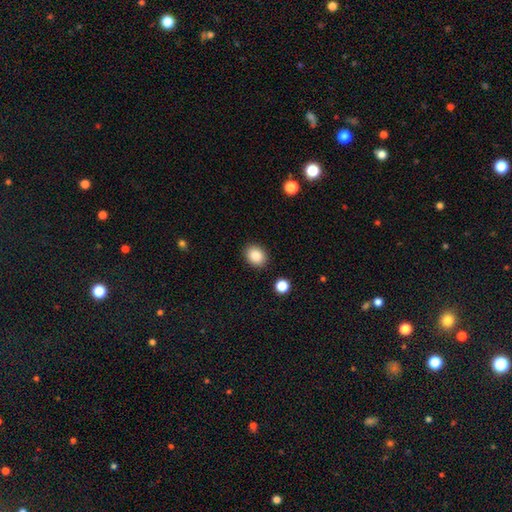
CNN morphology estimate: Smooth or featured?
  - smooth: 86% *
  - star or artifact: 9%
  - featured or disk: 5%
How rounded?
  - round: 55% *
  - in between: 44%
  - cigar-shaped: 1%
Merging?
  - none: 88% *
  - minor disturbance: 7%
  - major disturbance: 2%
  - merger: 2%